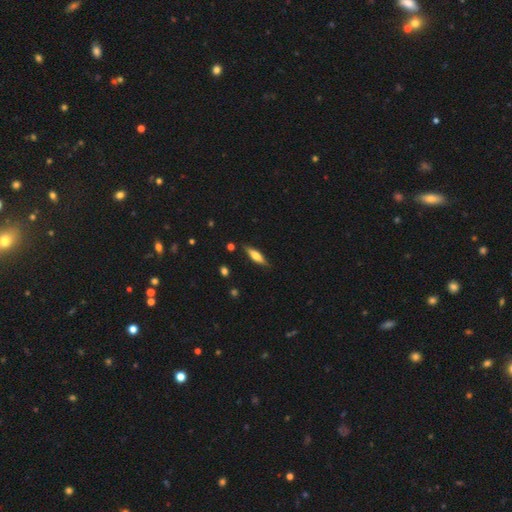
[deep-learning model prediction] This appears to be a smooth galaxy with no disk features (55%) that is cigar-shaped (64%). Merging: none (84%).